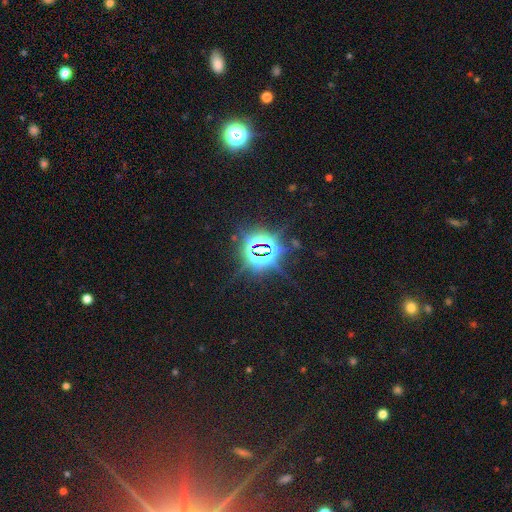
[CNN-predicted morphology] A star or artifact, not a galaxy (82%).